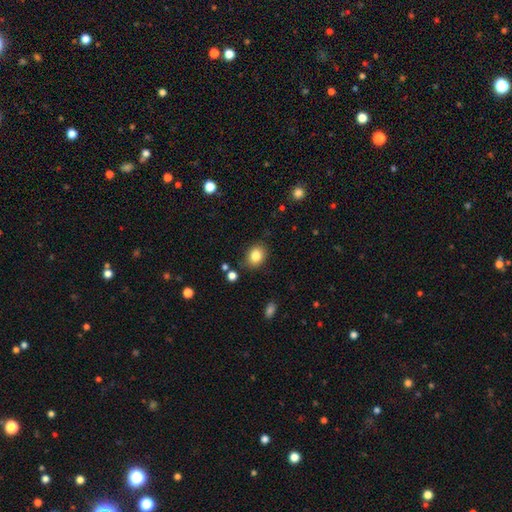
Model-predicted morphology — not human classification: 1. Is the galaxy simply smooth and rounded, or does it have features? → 84% smooth, 9% star or artifact, 7% featured or disk.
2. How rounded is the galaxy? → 57% in between, 42% round, 1% cigar-shaped.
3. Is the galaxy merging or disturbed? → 82% none, 12% minor disturbance, 3% major disturbance, 3% merger.